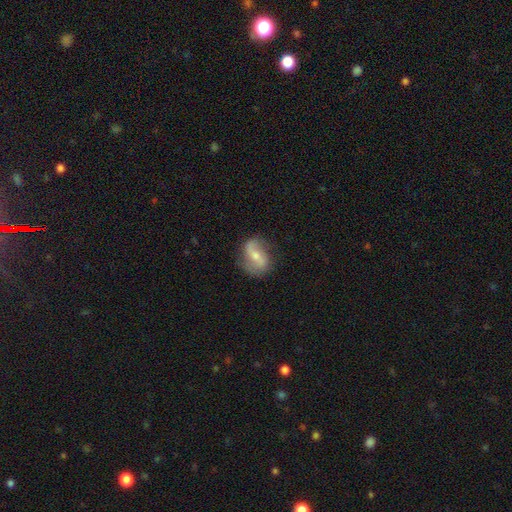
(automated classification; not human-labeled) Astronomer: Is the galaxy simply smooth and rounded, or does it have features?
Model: featured or disk — 66%.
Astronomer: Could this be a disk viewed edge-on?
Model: no — 96%.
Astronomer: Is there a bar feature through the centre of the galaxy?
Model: weak — 45% (runner-up: no, 28%).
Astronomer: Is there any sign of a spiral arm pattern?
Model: yes — 85%.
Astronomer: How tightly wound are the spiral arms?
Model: loose — 53% (runner-up: medium, 34%).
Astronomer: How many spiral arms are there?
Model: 2 — 84%.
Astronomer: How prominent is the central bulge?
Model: moderate — 53% (runner-up: small, 38%).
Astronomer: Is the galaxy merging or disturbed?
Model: none — 70%.